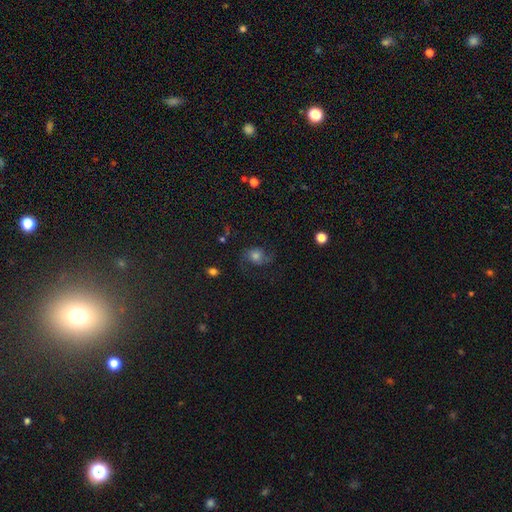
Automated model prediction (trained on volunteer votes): This is possibly a featured or disk galaxy (56%). It is clearly not viewed edge-on (97%). Bar: likely no (73%). Spiral arm pattern: clearly yes (91%). Central bulge: possibly moderate (49%). Merging: likely none (68%).